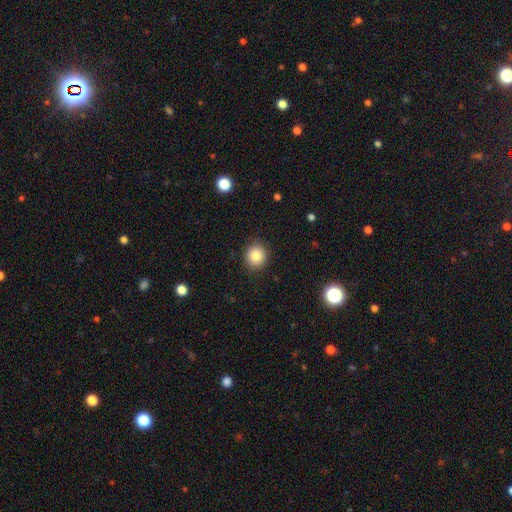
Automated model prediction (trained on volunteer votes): This appears to be a smooth galaxy with no disk features (84%) that is round (83%). Merging: none (89%).